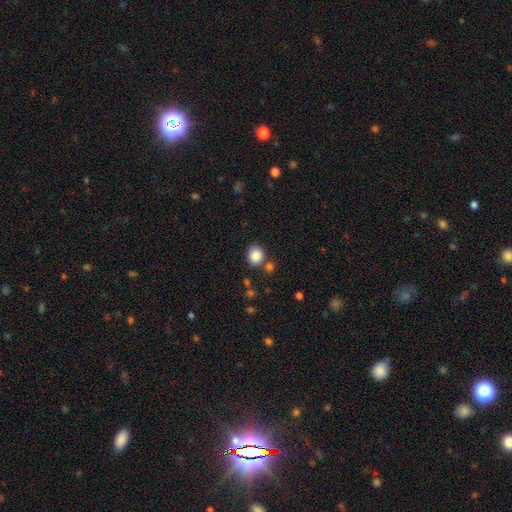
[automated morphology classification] Smooth or featured? smooth (86%)
How rounded? round (71%)
Merging? none (76%)